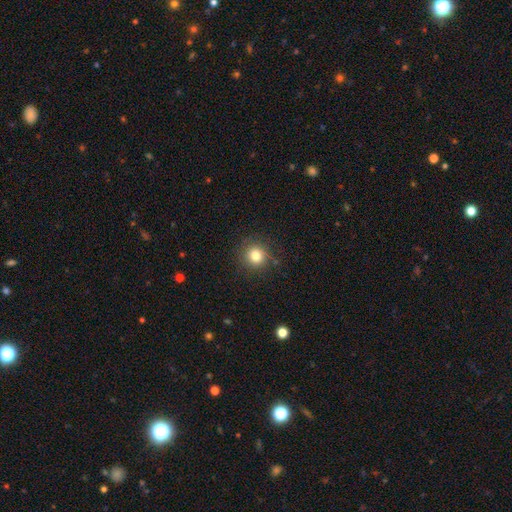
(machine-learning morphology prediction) type=smooth (81%); roundness=round (93%); merging=none (87%).